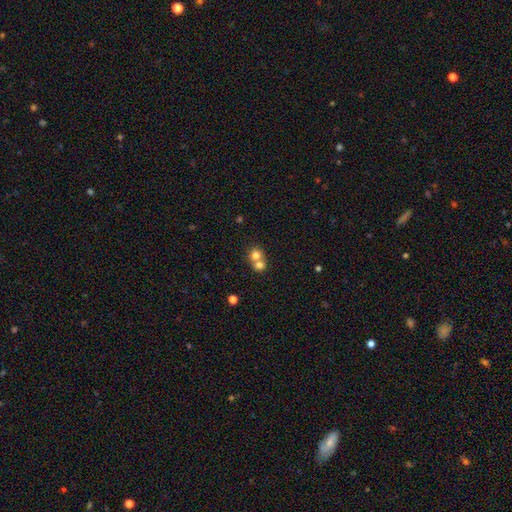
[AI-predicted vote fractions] smooth_or_featured: smooth (p=0.75) [alt: featured or disk p=0.14]
how_rounded: round (p=0.82) [alt: in between p=0.17]
merging: merger (p=0.63) [alt: none p=0.31]